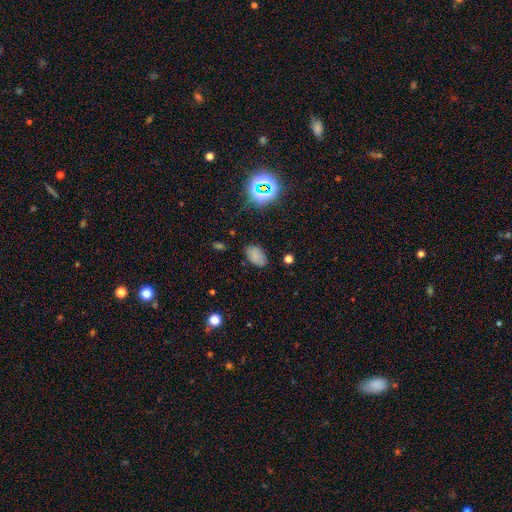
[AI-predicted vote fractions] Morphology: type=smooth (72%); roundness=in between (90%); merging=none (76%).